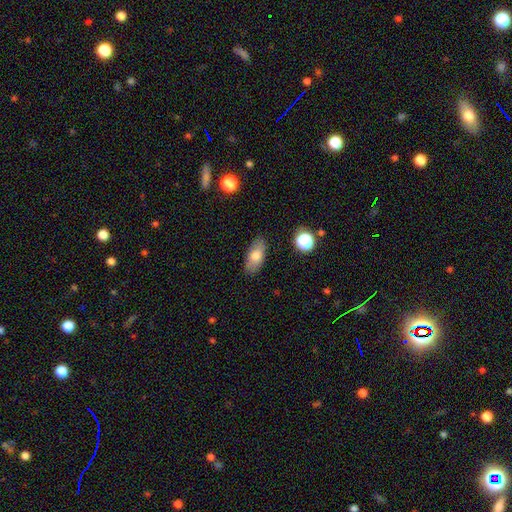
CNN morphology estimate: Q: Smooth or featured?
A: smooth (76%); runner-up: featured or disk (16%)
Q: How rounded?
A: in between (86%); runner-up: cigar-shaped (9%)
Q: Merging?
A: none (85%); runner-up: minor disturbance (11%)